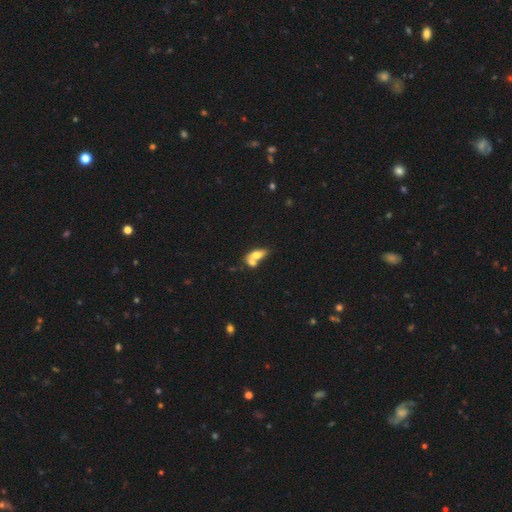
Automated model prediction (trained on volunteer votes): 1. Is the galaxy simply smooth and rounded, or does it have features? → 65% smooth, 27% featured or disk, 8% star or artifact.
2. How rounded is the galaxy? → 77% in between, 16% cigar-shaped, 7% round.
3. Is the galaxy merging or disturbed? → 53% merger, 31% none, 10% minor disturbance, 5% major disturbance.